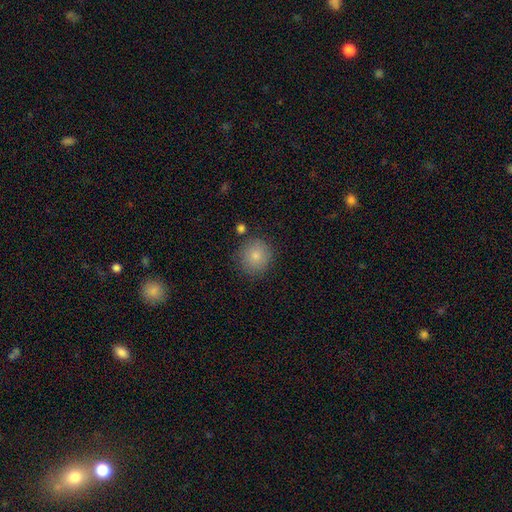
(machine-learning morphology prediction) This is clearly a smooth galaxy (84%). How rounded: clearly round (92%). Merging: clearly none (83%).